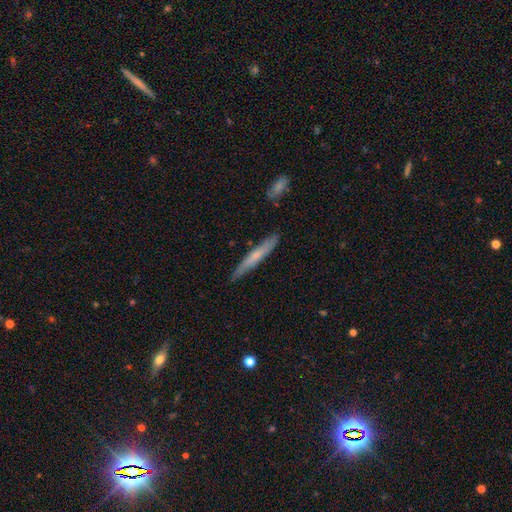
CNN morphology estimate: smooth-or-featured: smooth: 53% | featured or disk: 41% | star or artifact: 6%
  how-rounded: cigar-shaped: 95% | in between: 4% | round: 1%
  merging: none: 84% | minor disturbance: 12% | merger: 2% | major disturbance: 2%